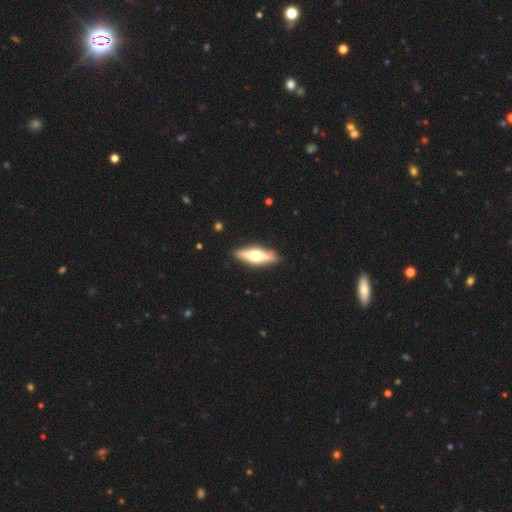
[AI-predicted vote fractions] Smooth or featured? featured or disk (56%)
Edge-on disk? yes (92%)
Edge-on bulge? rounded (95%)
Merging? none (90%)